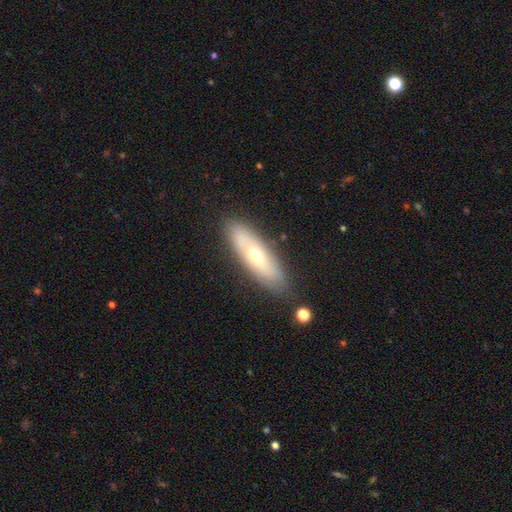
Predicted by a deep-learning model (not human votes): Smooth or featured? smooth (48%)
Merging? none (82%)